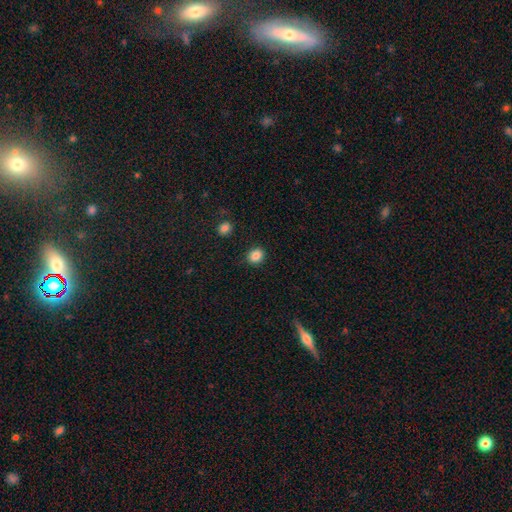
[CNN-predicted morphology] A smooth galaxy with no disk features (86%) that is round (72%).

Vote fractions:
- Smooth or featured? smooth: 86% / star or artifact: 10% / featured or disk: 4%
- How rounded? round: 72% / in between: 28% / cigar-shaped: 1%
- Merging? none: 89% / minor disturbance: 7% / major disturbance: 2% / merger: 2%